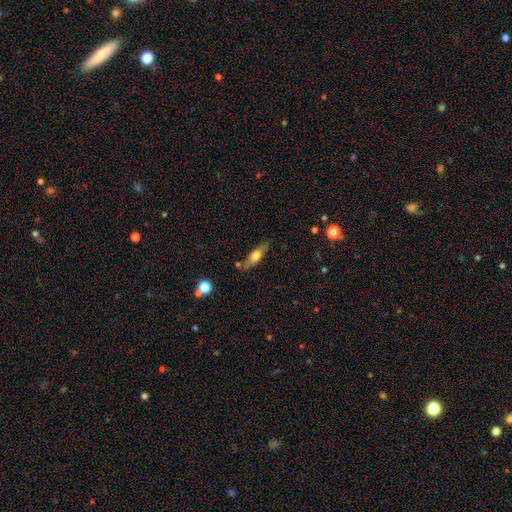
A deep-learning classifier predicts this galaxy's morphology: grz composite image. It shows a smooth galaxy with no disk features (55%) that is cigar-shaped (49%). Merging: none (75%).